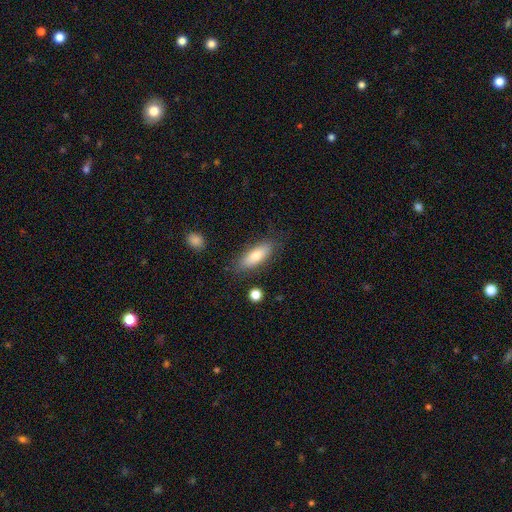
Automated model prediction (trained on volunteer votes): Smooth or featured? Predicted: smooth (p=0.74). How rounded? Predicted: in between (p=0.63). Merging? Predicted: none (p=0.82).